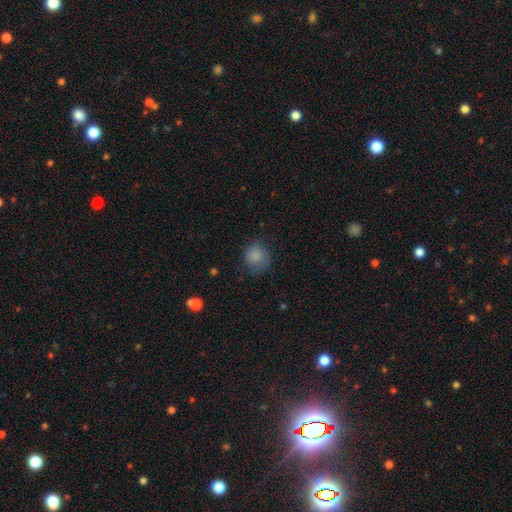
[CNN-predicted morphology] Smooth or featured? smooth (83%)
How rounded? round (84%)
Merging? none (66%)